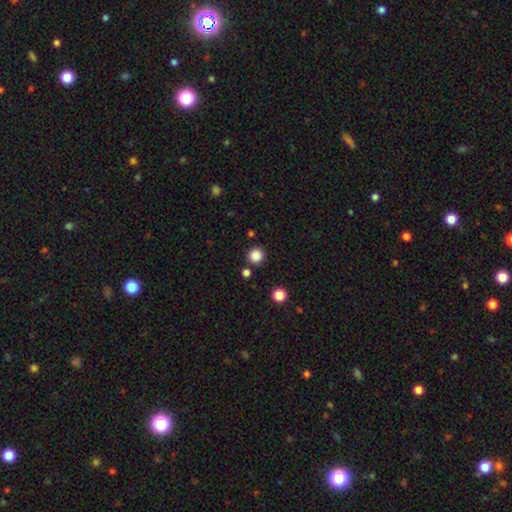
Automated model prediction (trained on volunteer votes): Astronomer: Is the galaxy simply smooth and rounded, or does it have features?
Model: smooth — 85%.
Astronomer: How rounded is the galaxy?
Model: round — 95%.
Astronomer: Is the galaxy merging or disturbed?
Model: none — 89%.